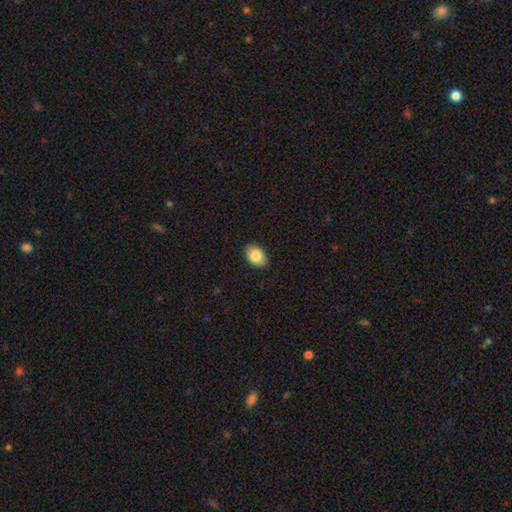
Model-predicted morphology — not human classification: smooth 84%, featured or disk 9%, star or artifact 7%. Down the decision tree: how rounded — in between (86%); merging — none (88%).